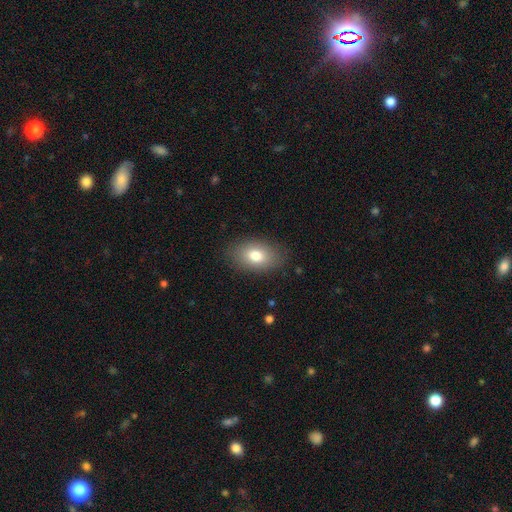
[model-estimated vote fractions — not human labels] This is likely a smooth galaxy (78%). How rounded: clearly in between (87%). Merging: clearly none (85%).